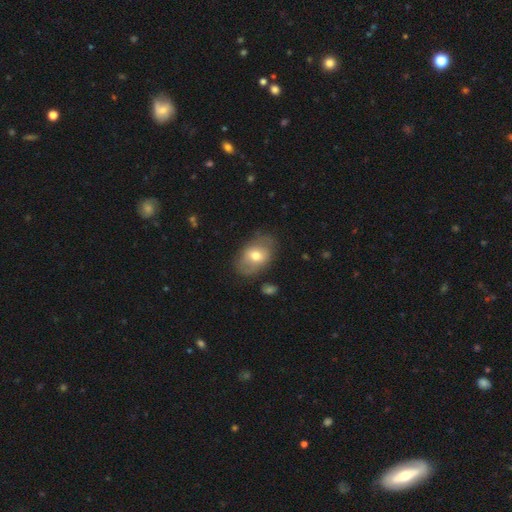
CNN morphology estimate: A smooth galaxy with no disk features (61%) that is in between round and cigar-shaped (80%). Merging: none (72%).